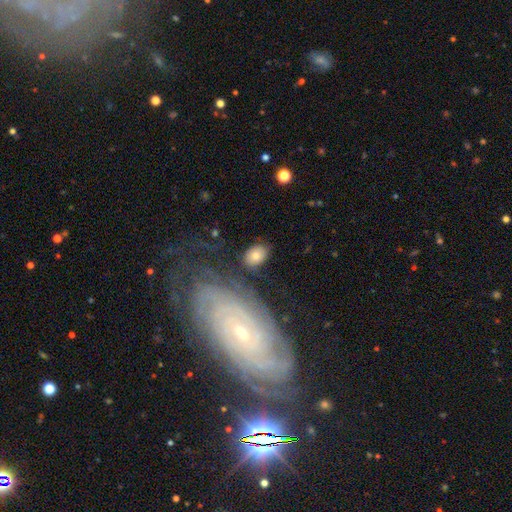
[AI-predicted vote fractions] Smooth or featured? Predicted: smooth (p=0.76). How rounded? Predicted: in between (p=0.69). Merging? Predicted: none (p=0.79).